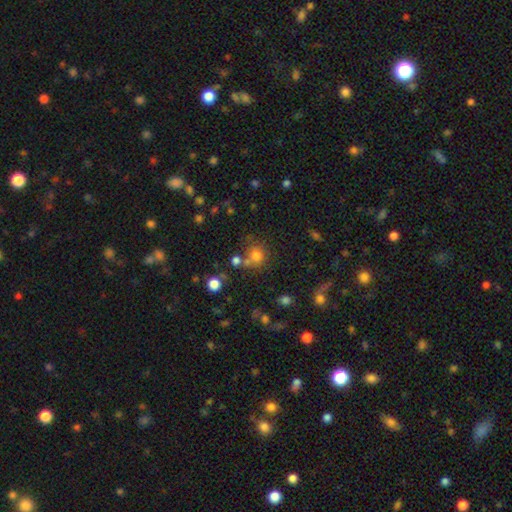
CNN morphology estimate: A smooth galaxy with no disk features (74%) that is round (84%).

Vote fractions:
- Smooth or featured? smooth: 74% / star or artifact: 17% / featured or disk: 9%
- How rounded? round: 84% / in between: 15% / cigar-shaped: 1%
- Merging? none: 60% / merger: 20% / minor disturbance: 13% / major disturbance: 7%